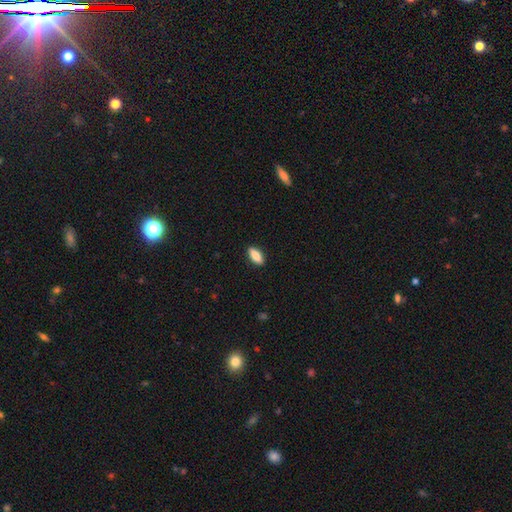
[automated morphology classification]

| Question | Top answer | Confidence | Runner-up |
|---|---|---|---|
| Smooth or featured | smooth | 83% | featured or disk (10%) |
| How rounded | in between | 78% | cigar-shaped (19%) |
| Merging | none | 89% | minor disturbance (8%) |